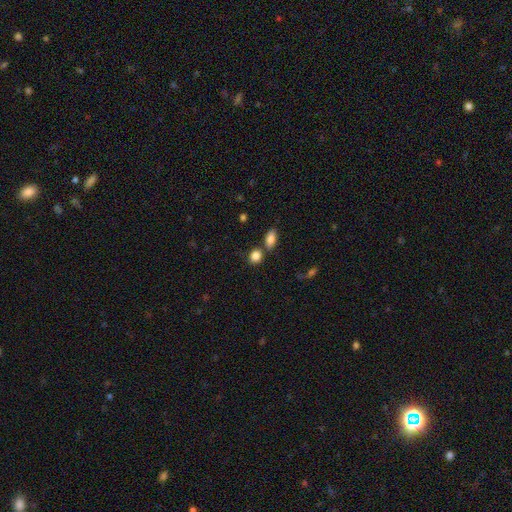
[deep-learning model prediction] Overall: smooth (86%). How rounded: round (56%; in between 41%). Merging: none (64%).